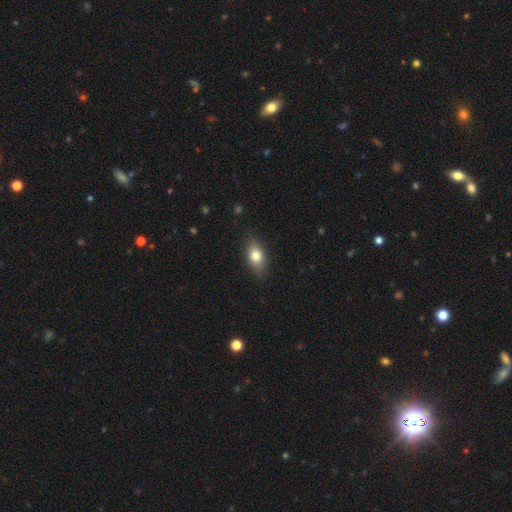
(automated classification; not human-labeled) A smooth galaxy with no disk features (77%) that is in between round and cigar-shaped (84%). Merging: none (84%).